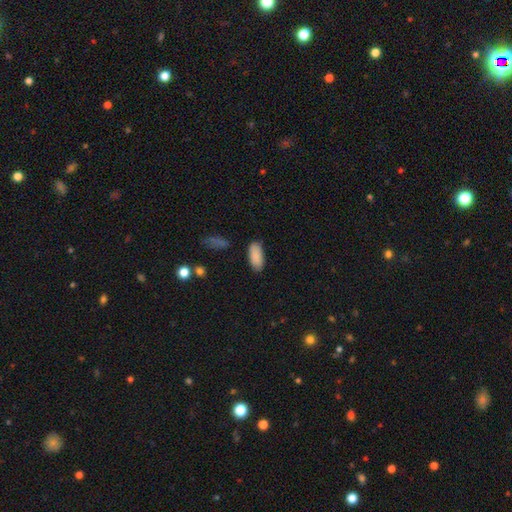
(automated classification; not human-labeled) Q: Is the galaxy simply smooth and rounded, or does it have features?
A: smooth — 89%.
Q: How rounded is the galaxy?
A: in between — 88%.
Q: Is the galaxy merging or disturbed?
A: none — 82%.